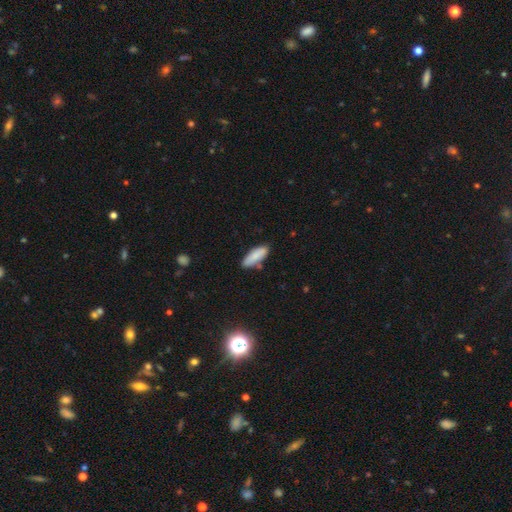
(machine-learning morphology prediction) smooth-or-featured: smooth: 83% | featured or disk: 11% | star or artifact: 6%
  how-rounded: in between: 68% | cigar-shaped: 30% | round: 2%
  merging: none: 74% | minor disturbance: 18% | merger: 6% | major disturbance: 3%